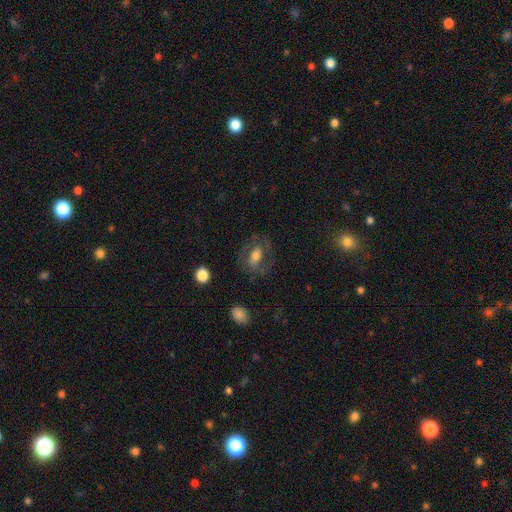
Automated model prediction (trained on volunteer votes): Q: Smooth or featured?
A: smooth (46%); runner-up: featured or disk (45%)
Q: Merging?
A: none (67%); runner-up: minor disturbance (17%)